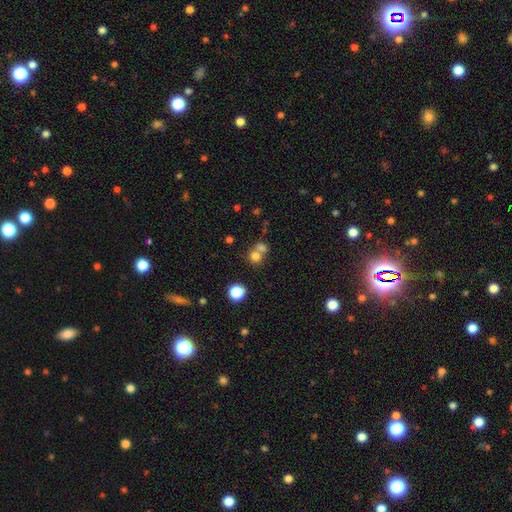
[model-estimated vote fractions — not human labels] This appears to be a smooth galaxy with no disk features (73%) that is round (78%). Merging: merger (51%).